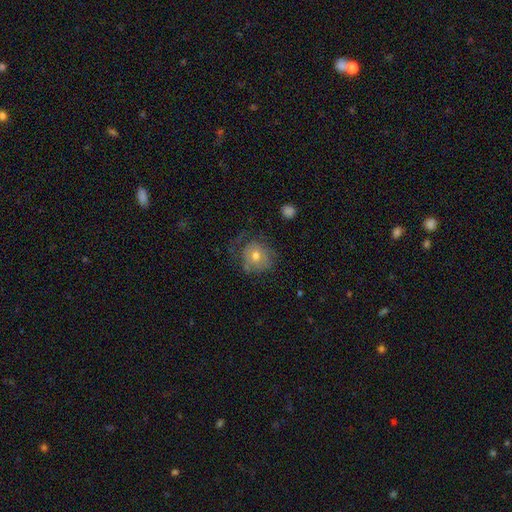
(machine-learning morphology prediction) smooth_or_featured: smooth (p=0.55) [alt: featured or disk p=0.36]
how_rounded: round (p=0.80) [alt: in between p=0.20]
merging: none (p=0.52) [alt: minor disturbance p=0.24]